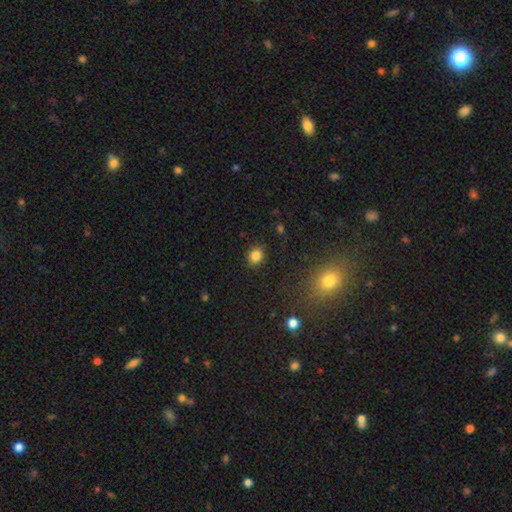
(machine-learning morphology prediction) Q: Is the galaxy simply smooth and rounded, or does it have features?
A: smooth — 83%.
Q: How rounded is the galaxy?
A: round — 64%.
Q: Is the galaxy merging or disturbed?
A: none — 88%.